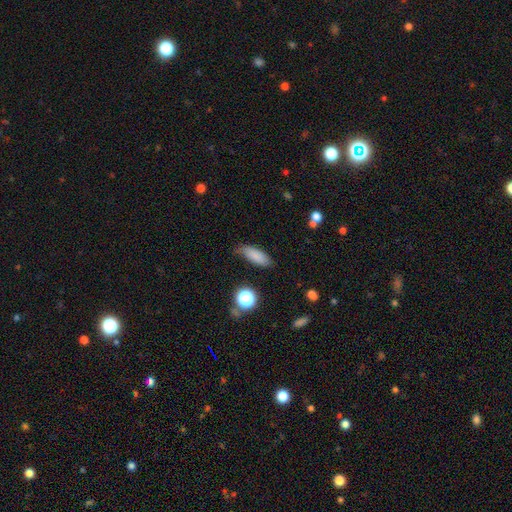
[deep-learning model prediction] Smooth or featured: smooth — 81% (star or artifact — 10%)
How rounded: in between — 70% (cigar-shaped — 26%)
Merging: none — 68% (minor disturbance — 23%)